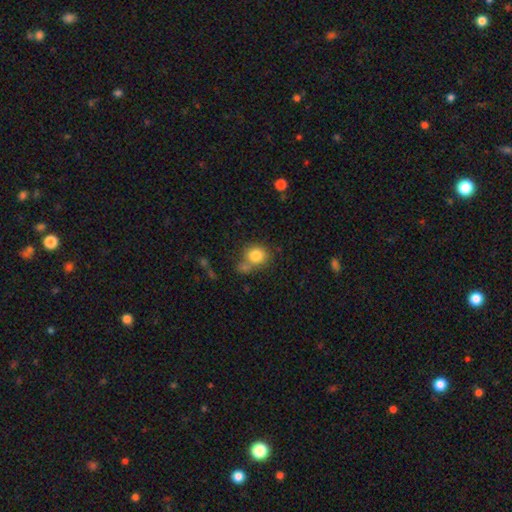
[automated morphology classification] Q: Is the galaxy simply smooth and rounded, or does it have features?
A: smooth — 83%.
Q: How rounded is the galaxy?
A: round — 77%.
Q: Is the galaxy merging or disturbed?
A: none — 54%.